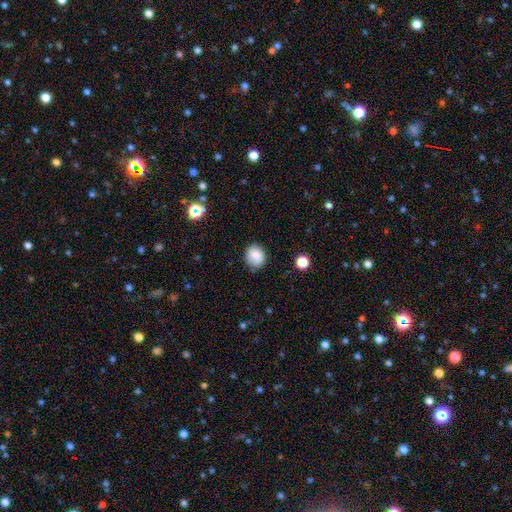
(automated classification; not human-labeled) smooth_or_featured: smooth (p=0.83) [alt: star or artifact p=0.10]
how_rounded: round (p=0.72) [alt: in between p=0.27]
merging: none (p=0.81) [alt: minor disturbance p=0.15]